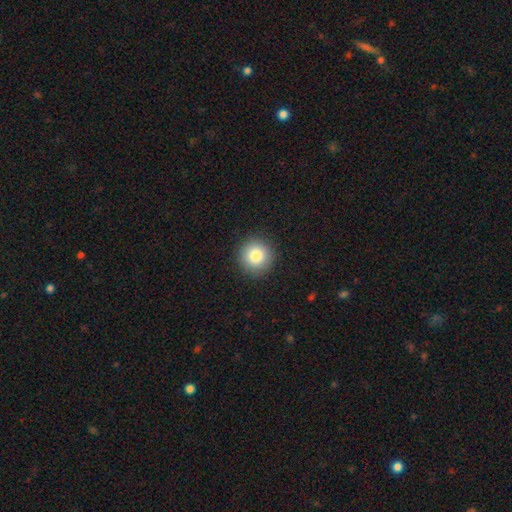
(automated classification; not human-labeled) smooth-or-featured: smooth: 84% | star or artifact: 9% | featured or disk: 7%
  how-rounded: round: 95% | in between: 4% | cigar-shaped: 1%
  merging: none: 91% | minor disturbance: 6% | major disturbance: 2% | merger: 1%